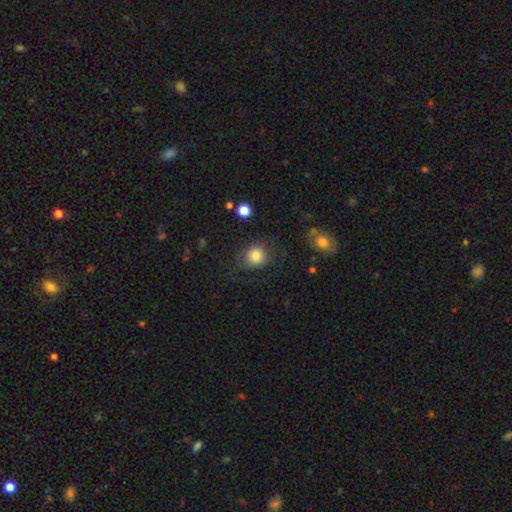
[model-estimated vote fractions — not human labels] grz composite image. It shows a smooth galaxy with no disk features (82%) that is round (78%). Merging: none (68%).